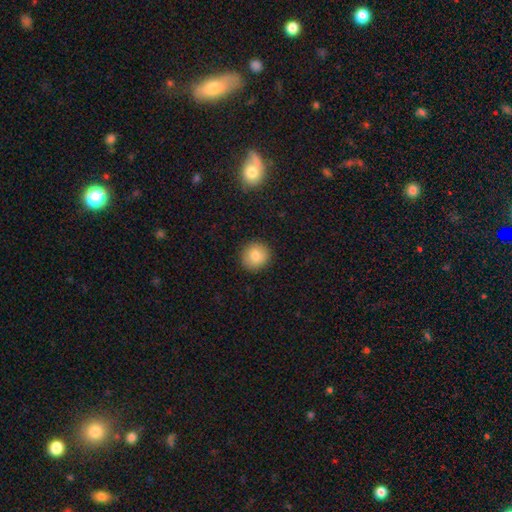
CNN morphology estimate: smooth 84%, star or artifact 9%, featured or disk 7%. Down the decision tree: how rounded — round (91%); merging — none (91%).